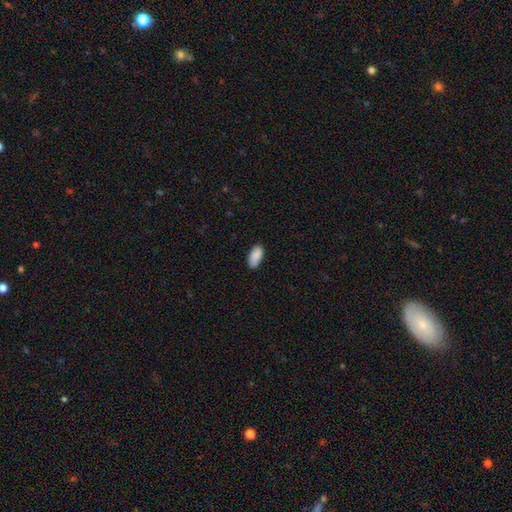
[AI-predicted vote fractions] The model was most divided on "merging": none: 81%, minor disturbance: 16%, major disturbance: 2%, merger: 1%. More confident: how rounded — in between (93%); smooth or featured — smooth (89%).